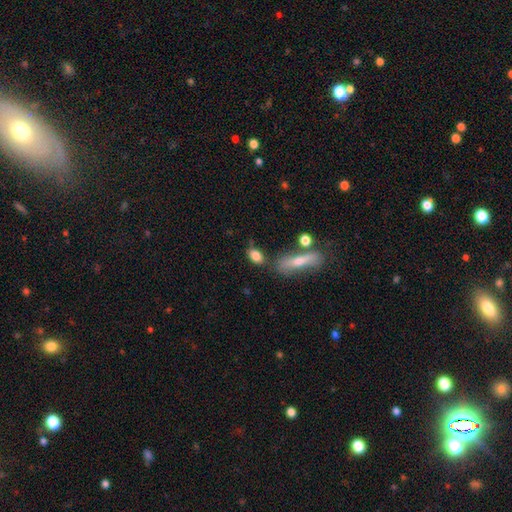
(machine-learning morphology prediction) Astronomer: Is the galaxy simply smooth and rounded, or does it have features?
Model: smooth — 81%.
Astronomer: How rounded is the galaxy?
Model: in between — 80%.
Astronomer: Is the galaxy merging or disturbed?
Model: none — 64%.